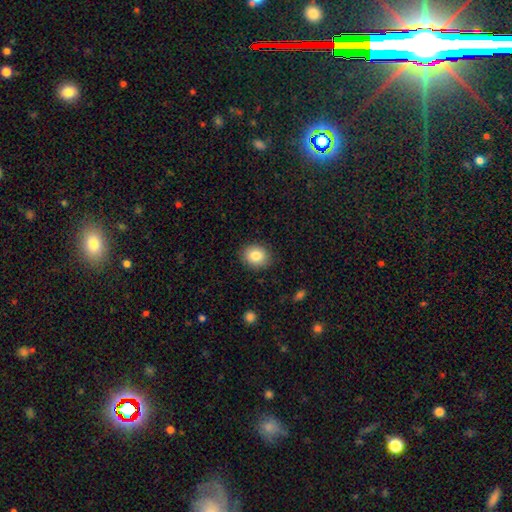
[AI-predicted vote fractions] Overall: smooth (83%). How rounded: round (56%; in between 43%). Merging: none (88%).